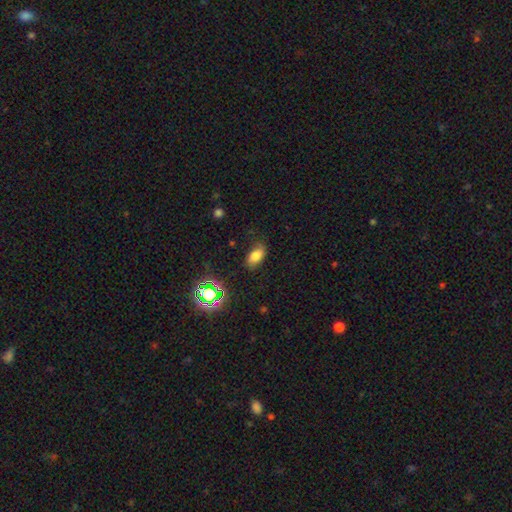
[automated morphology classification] This appears to be a smooth galaxy with no disk features (75%) that is in between round and cigar-shaped (90%). Merging: none (77%).